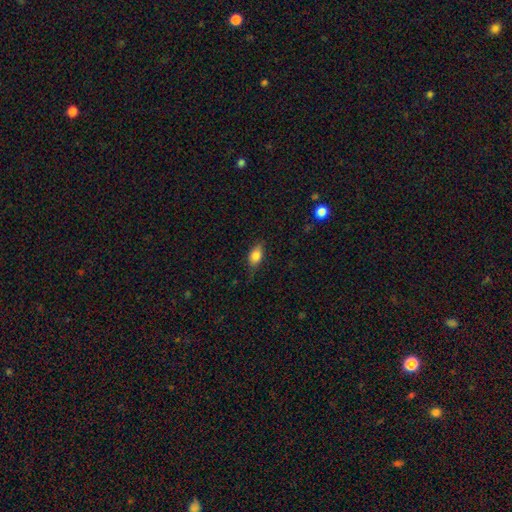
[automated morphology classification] Smooth or featured? smooth (80%)
How rounded? in between (84%)
Merging? none (69%)